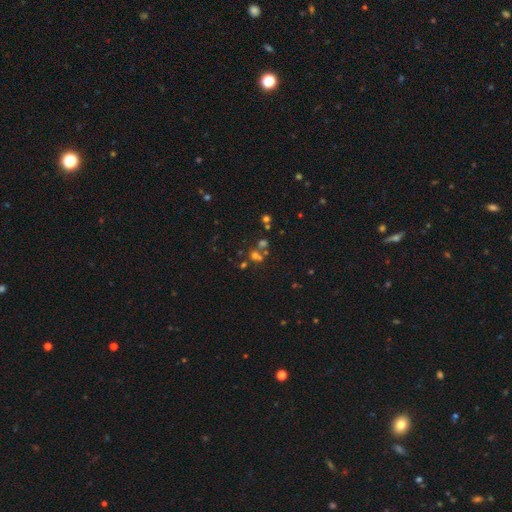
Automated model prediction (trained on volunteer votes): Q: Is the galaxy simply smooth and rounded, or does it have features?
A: smooth — 48%.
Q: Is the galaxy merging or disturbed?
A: none — 47%.